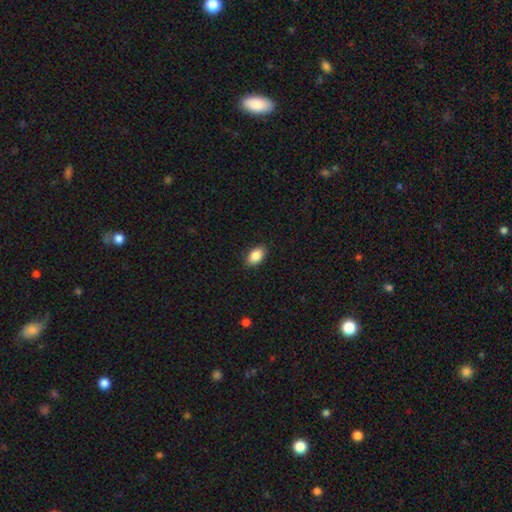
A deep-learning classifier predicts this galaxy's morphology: smooth 87%, star or artifact 7%, featured or disk 6%. Down the decision tree: how rounded — in between (91%); merging — none (88%).